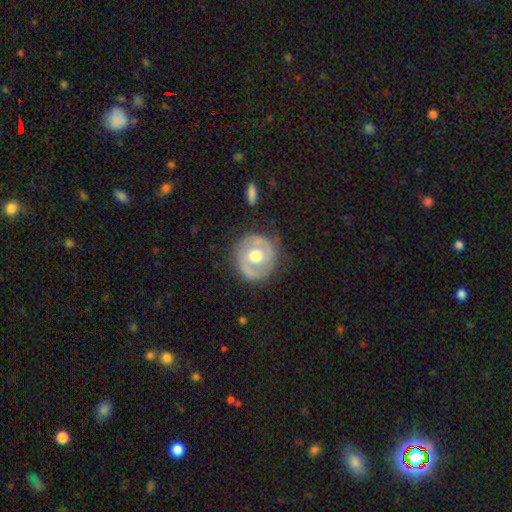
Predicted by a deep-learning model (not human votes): This is possibly a featured or disk galaxy (59%). It is clearly not viewed edge-on (96%). Bar: likely no (69%). Spiral arm pattern: possibly no (53%). Central bulge: likely moderate (73%). Merging: likely none (78%).